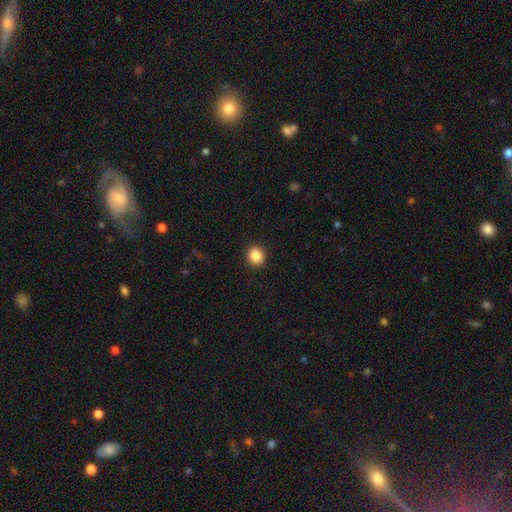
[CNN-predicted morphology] Smooth or featured?
  - smooth: 87% *
  - star or artifact: 10%
  - featured or disk: 4%
How rounded?
  - round: 88% *
  - in between: 11%
  - cigar-shaped: 1%
Merging?
  - none: 92% *
  - minor disturbance: 5%
  - major disturbance: 2%
  - merger: 1%